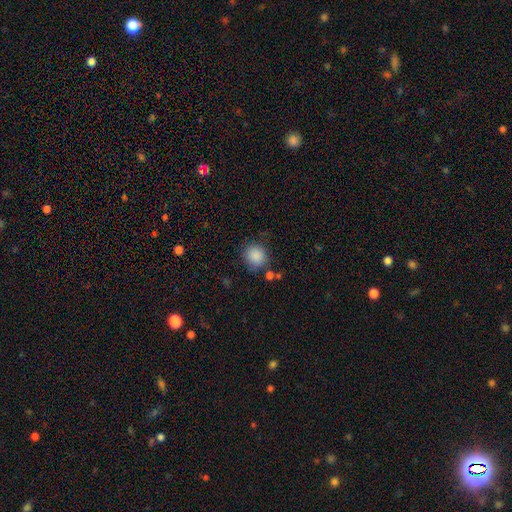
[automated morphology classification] Q: Smooth or featured?
A: smooth (87%); runner-up: star or artifact (9%)
Q: How rounded?
A: round (83%); runner-up: in between (16%)
Q: Merging?
A: none (78%); runner-up: minor disturbance (14%)